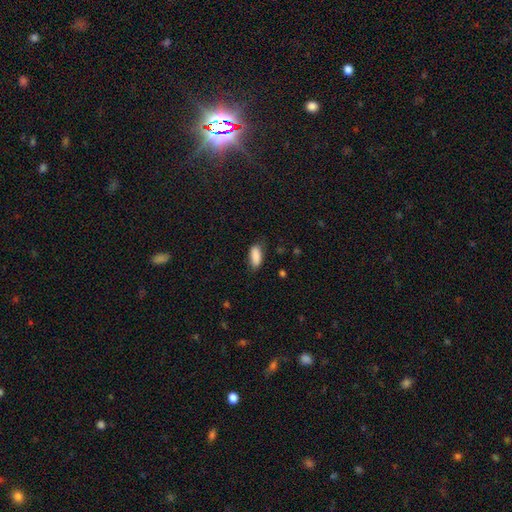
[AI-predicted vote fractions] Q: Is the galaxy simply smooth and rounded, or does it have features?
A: smooth — 88%.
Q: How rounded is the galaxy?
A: in between — 84%.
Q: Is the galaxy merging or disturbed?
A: none — 75%.